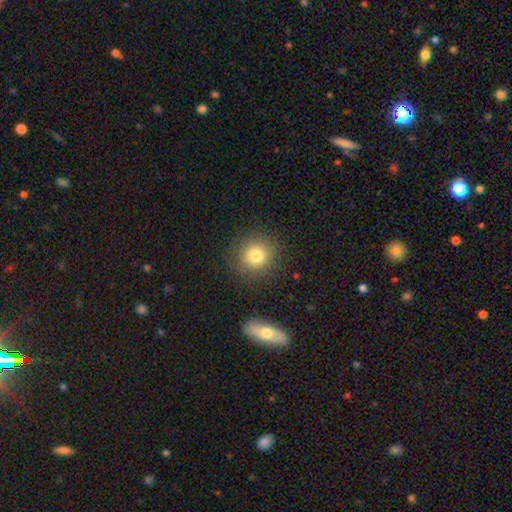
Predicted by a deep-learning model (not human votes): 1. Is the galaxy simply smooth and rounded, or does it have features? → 80% smooth, 12% star or artifact, 8% featured or disk.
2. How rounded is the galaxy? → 89% round, 10% in between, 1% cigar-shaped.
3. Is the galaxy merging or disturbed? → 88% none, 7% minor disturbance, 3% major disturbance, 2% merger.